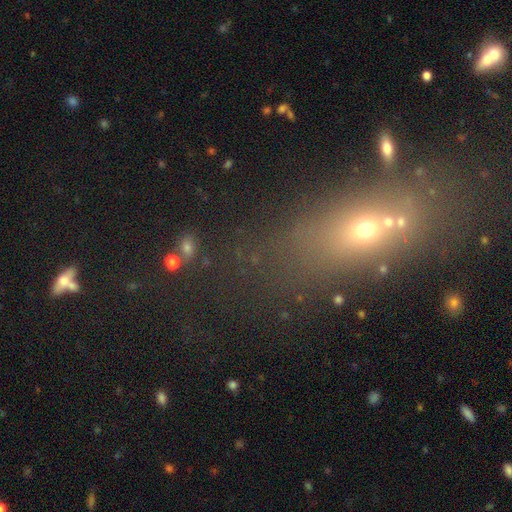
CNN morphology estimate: Q: Smooth or featured?
A: smooth (44%); runner-up: star or artifact (35%)
Q: Merging?
A: none (60%); runner-up: merger (18%)